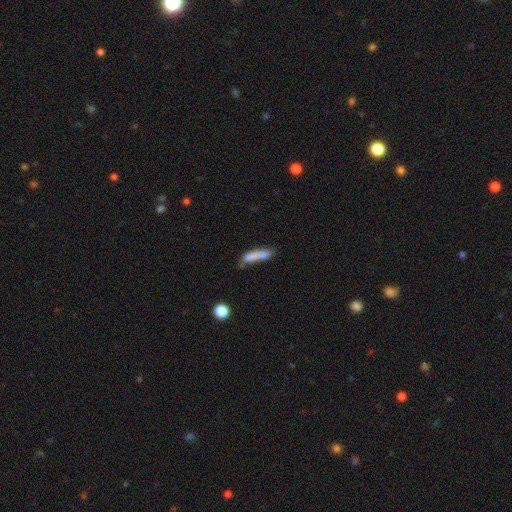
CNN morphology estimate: smooth 75%, featured or disk 16%, star or artifact 8%. Down the decision tree: how rounded — cigar-shaped (77%); merging — none (43%).